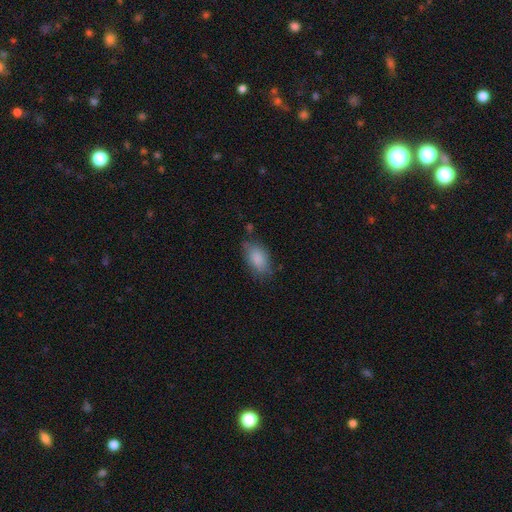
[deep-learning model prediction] smooth 85%, star or artifact 8%, featured or disk 8%. Down the decision tree: how rounded — in between (90%); merging — none (71%).